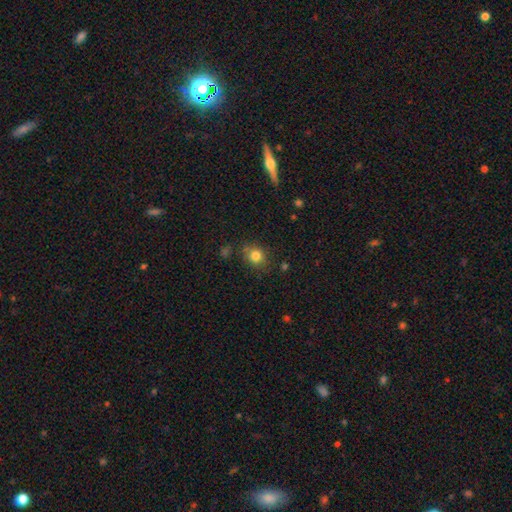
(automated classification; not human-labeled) Smooth or featured? smooth (82%)
How rounded? round (70%)
Merging? none (76%)